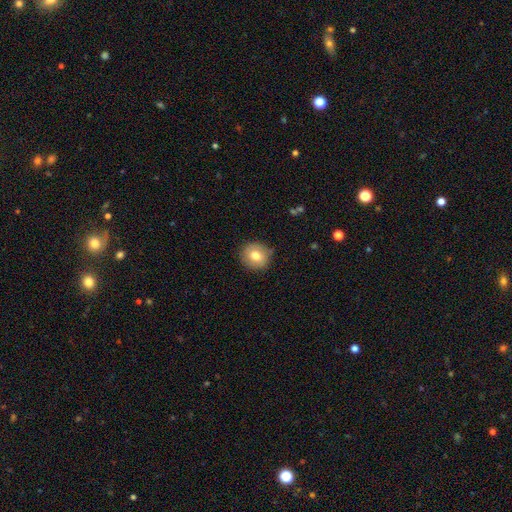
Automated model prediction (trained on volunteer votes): The model was most divided on "smooth or featured": smooth: 76%, featured or disk: 15%, star or artifact: 9%. More confident: how rounded — round (87%); merging — none (85%).